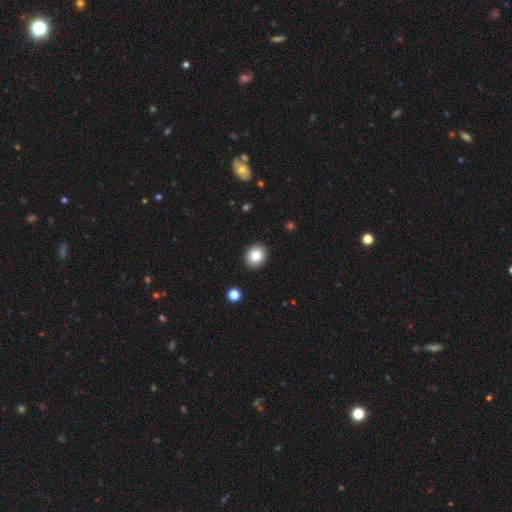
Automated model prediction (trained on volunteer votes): The model was most divided on "how rounded": round: 69%, in between: 30%, cigar-shaped: 1%. More confident: merging — none (92%); smooth or featured — smooth (81%).